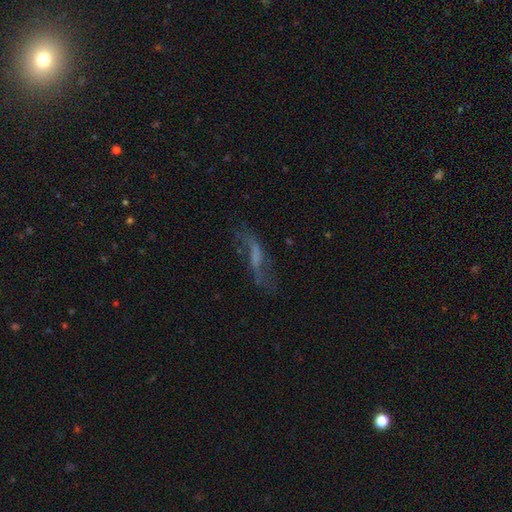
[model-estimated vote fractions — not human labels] Smooth or featured? featured or disk (59%)
Edge-on disk? no (77%)
Merging? none (55%)